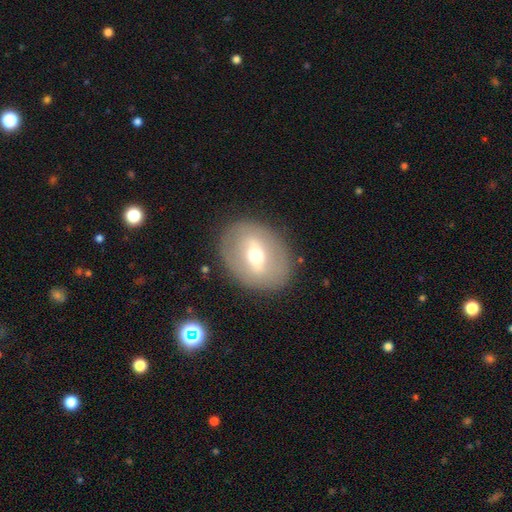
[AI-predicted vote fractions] smooth_or_featured: featured or disk (p=0.53) [alt: smooth p=0.39]
disk_edge_on: no (p=0.89) [alt: yes p=0.11]
merging: none (p=0.85) [alt: minor disturbance p=0.10]